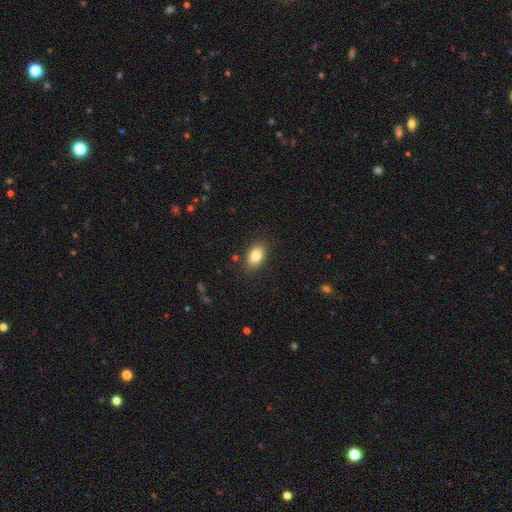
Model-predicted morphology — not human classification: Smooth or featured?
  - smooth: 82% *
  - featured or disk: 9%
  - star or artifact: 8%
How rounded?
  - in between: 86% *
  - round: 12%
  - cigar-shaped: 2%
Merging?
  - none: 85% *
  - minor disturbance: 10%
  - major disturbance: 3%
  - merger: 2%